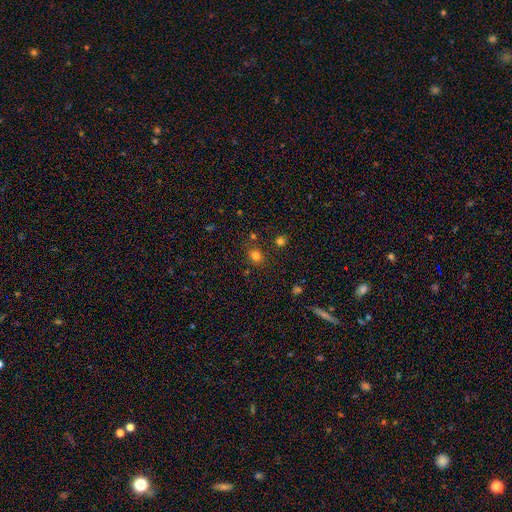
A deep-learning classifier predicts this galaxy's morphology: This is likely a smooth galaxy (77%). How rounded: likely round (70%). Merging: likely none (78%).